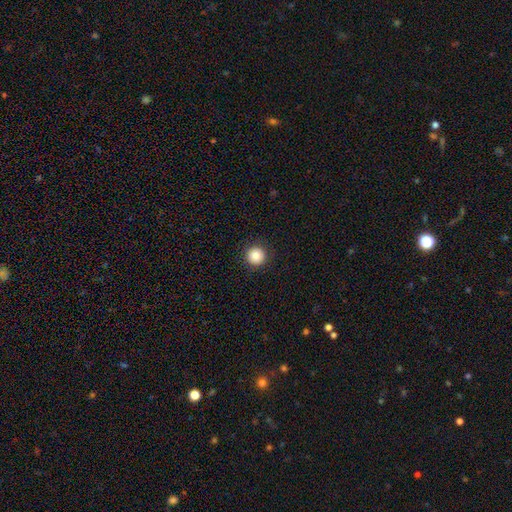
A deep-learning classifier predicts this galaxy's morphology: This is clearly a smooth galaxy (84%). How rounded: clearly round (96%). Merging: clearly none (92%).